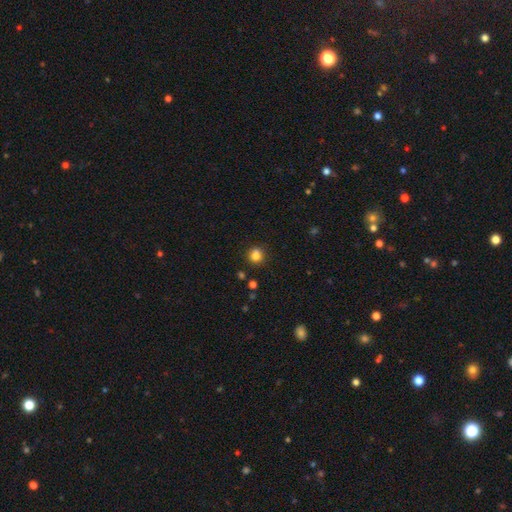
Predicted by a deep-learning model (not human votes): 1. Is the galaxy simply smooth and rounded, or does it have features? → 81% smooth, 13% star or artifact, 6% featured or disk.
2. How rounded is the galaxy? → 76% round, 23% in between, 1% cigar-shaped.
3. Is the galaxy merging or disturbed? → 76% none, 13% minor disturbance, 8% merger, 3% major disturbance.